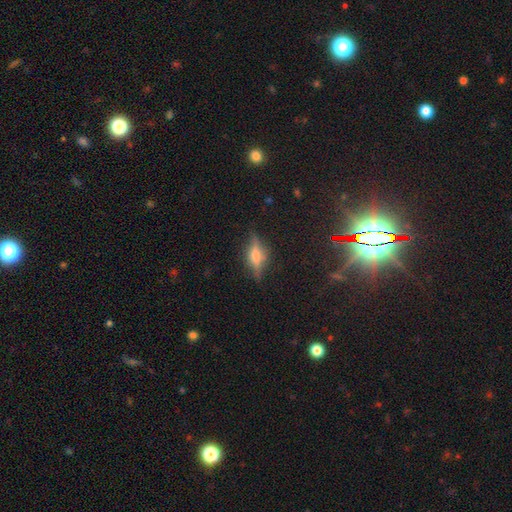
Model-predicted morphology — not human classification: Smooth or featured?
  - featured or disk: 58% *
  - smooth: 29%
  - star or artifact: 13%
Edge-on disk?
  - yes: 92% *
  - no: 8%
Edge-on bulge?
  - rounded: 79% *
  - boxy: 17%
  - none: 4%
Merging?
  - none: 81% *
  - minor disturbance: 14%
  - major disturbance: 4%
  - merger: 2%